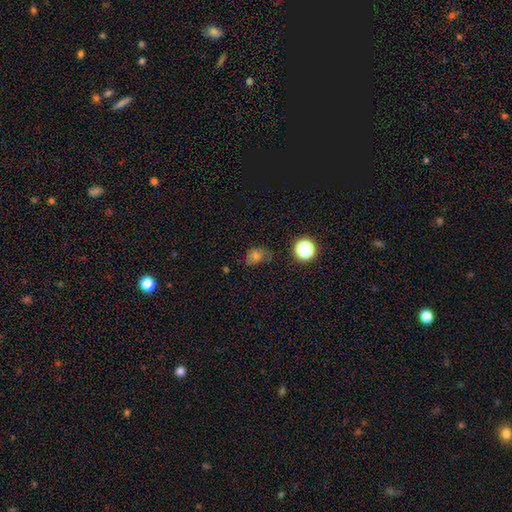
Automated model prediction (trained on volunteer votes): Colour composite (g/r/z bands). It shows a smooth galaxy with no disk features (56%) that is in between round and cigar-shaped (59%). Merging: none (61%).